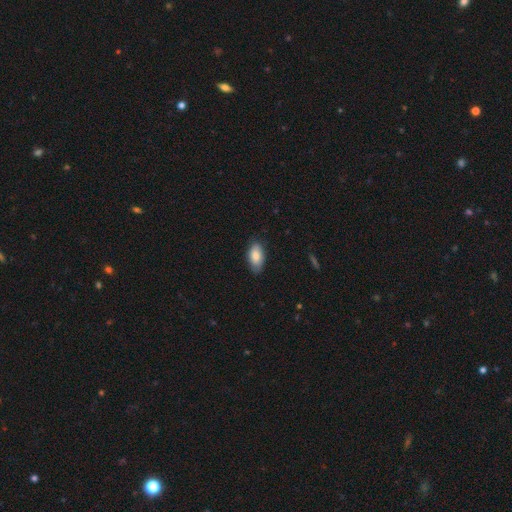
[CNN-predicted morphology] Overall: smooth (83%). How rounded: in between (93%). Merging: none (79%).